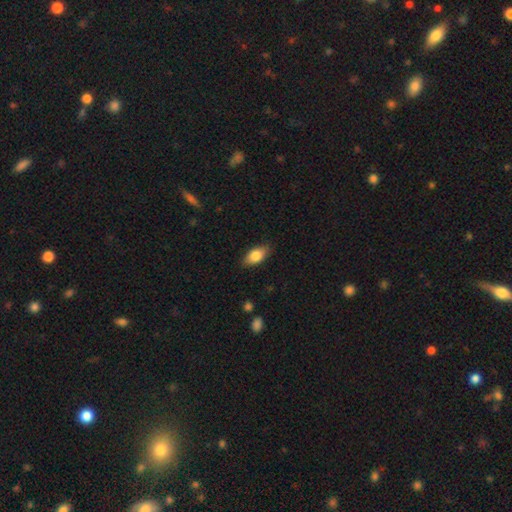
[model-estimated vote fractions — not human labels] Smooth or featured? smooth (81%)
How rounded? in between (89%)
Merging? none (85%)